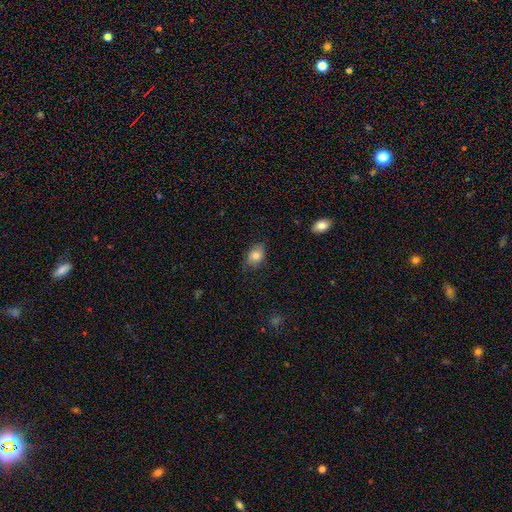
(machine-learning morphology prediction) type=smooth (80%); roundness=in between (82%); merging=none (75%).